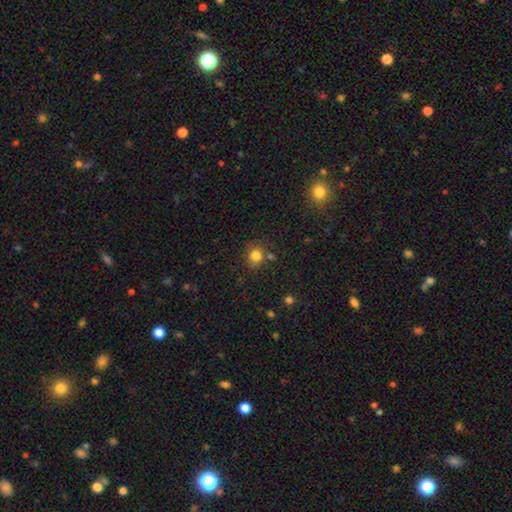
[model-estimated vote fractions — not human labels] The model was most divided on "merging": none: 73%, minor disturbance: 14%, merger: 9%, major disturbance: 4%. More confident: how rounded — round (84%); smooth or featured — smooth (81%).